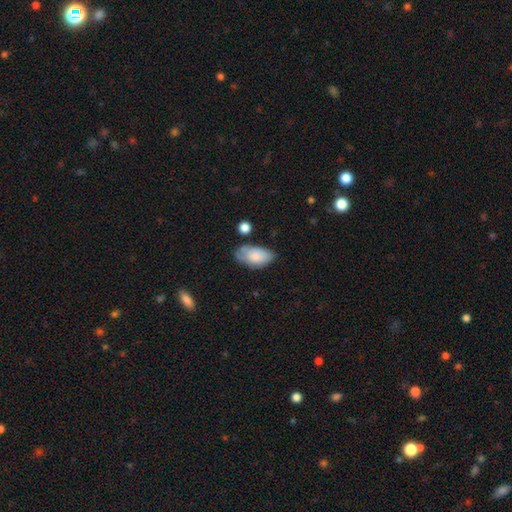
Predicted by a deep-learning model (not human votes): smooth 79%, featured or disk 14%, star or artifact 7%. Down the decision tree: how rounded — in between (94%); merging — none (55%).